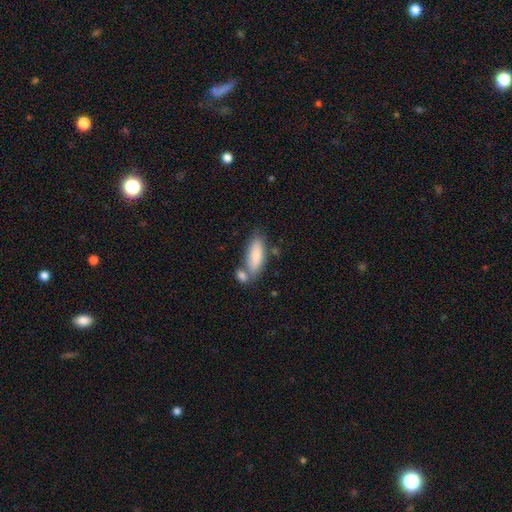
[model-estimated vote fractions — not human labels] Overall: smooth (83%). How rounded: in between (68%; cigar-shaped 30%). Merging: none (54%; merger 25%).